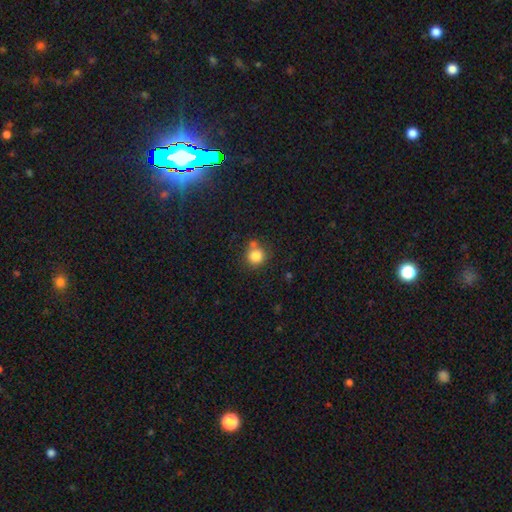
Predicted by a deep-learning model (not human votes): Q: Smooth or featured?
A: smooth (83%); runner-up: star or artifact (11%)
Q: How rounded?
A: round (90%); runner-up: in between (9%)
Q: Merging?
A: none (64%); runner-up: merger (19%)